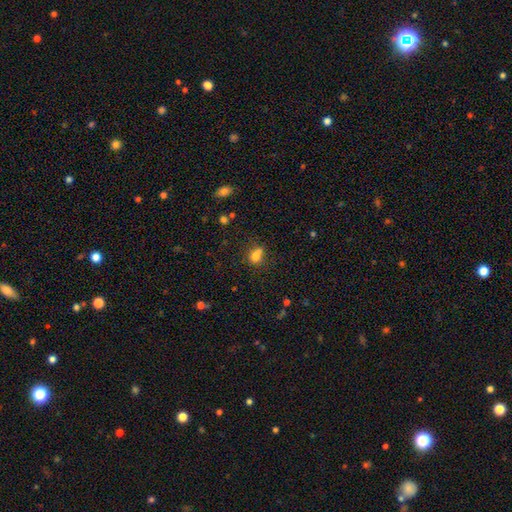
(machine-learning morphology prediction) Smooth or featured: smooth — 73% (star or artifact — 16%)
How rounded: round — 68% (in between — 31%)
Merging: none — 44% (merger — 36%)